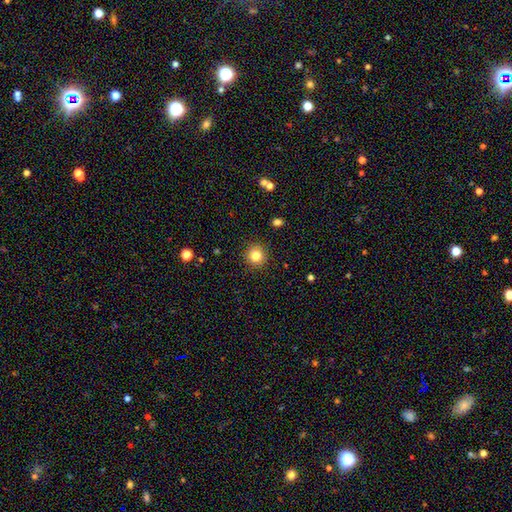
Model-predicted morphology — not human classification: smooth_or_featured: smooth (p=0.82) [alt: star or artifact p=0.12]
how_rounded: round (p=0.93) [alt: in between p=0.06]
merging: none (p=0.91) [alt: minor disturbance p=0.06]